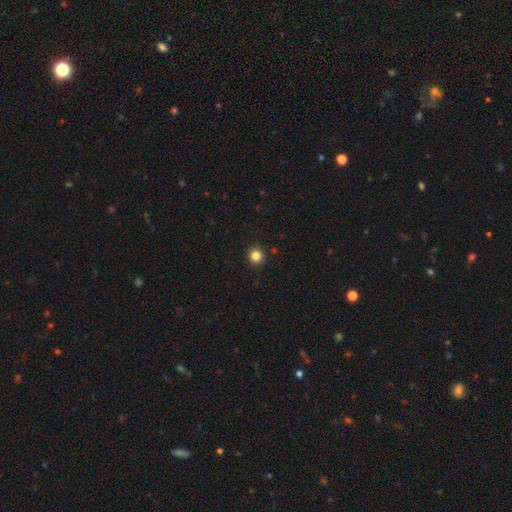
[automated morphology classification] Smooth or featured?
  - smooth: 83% *
  - star or artifact: 12%
  - featured or disk: 4%
How rounded?
  - round: 93% *
  - in between: 6%
  - cigar-shaped: 1%
Merging?
  - none: 93% *
  - minor disturbance: 5%
  - major disturbance: 2%
  - merger: 1%